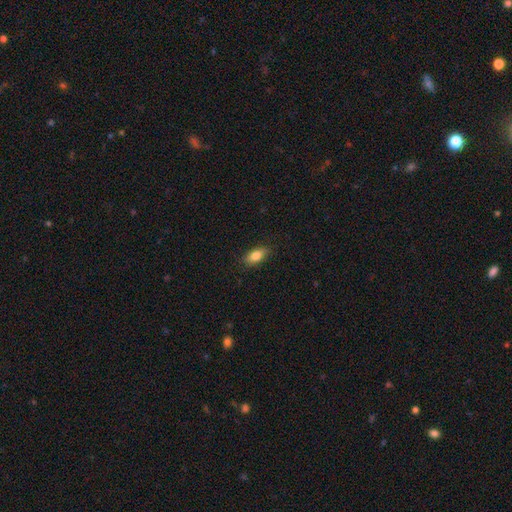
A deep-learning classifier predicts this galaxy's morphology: The model was most divided on "smooth or featured": smooth: 81%, featured or disk: 11%, star or artifact: 7%. More confident: merging — none (86%); how rounded — in between (84%).